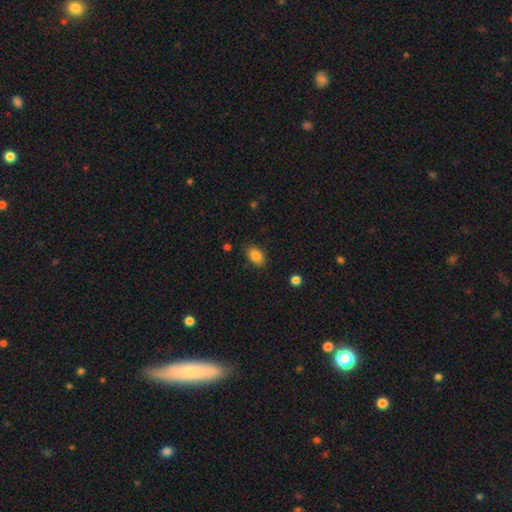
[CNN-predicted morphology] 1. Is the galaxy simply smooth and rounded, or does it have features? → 85% smooth, 9% star or artifact, 6% featured or disk.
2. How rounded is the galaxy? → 84% in between, 15% round, 1% cigar-shaped.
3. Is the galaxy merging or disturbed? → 84% none, 11% minor disturbance, 3% major disturbance, 1% merger.